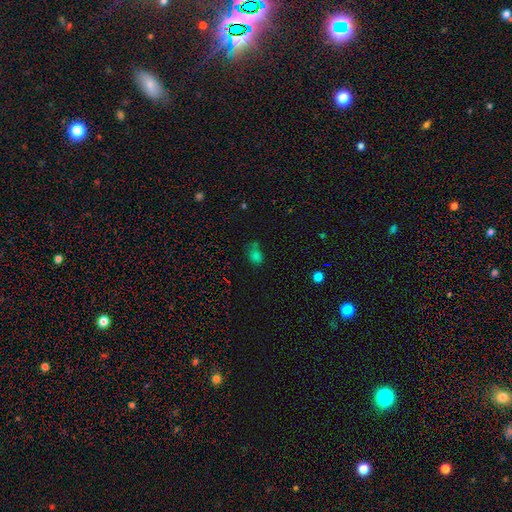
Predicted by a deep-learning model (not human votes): A smooth galaxy with no disk features (71%) that is in between round and cigar-shaped (68%).

Vote fractions:
- Smooth or featured? smooth: 71% / star or artifact: 23% / featured or disk: 7%
- How rounded? in between: 68% / round: 30% / cigar-shaped: 2%
- Merging? none: 46% / minor disturbance: 25% / merger: 16% / major disturbance: 13%